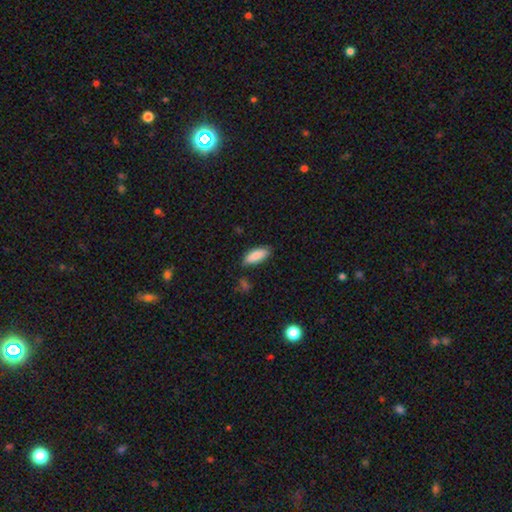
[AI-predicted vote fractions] Morphology: type=smooth (87%); roundness=in between (78%); merging=none (79%).